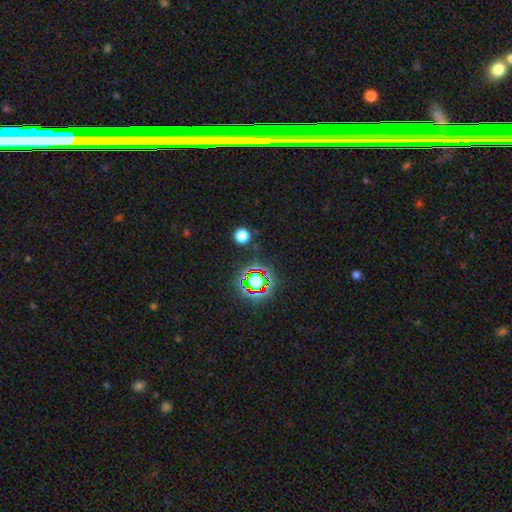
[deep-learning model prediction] smooth-or-featured: star or artifact: 67% | smooth: 19% | featured or disk: 14%